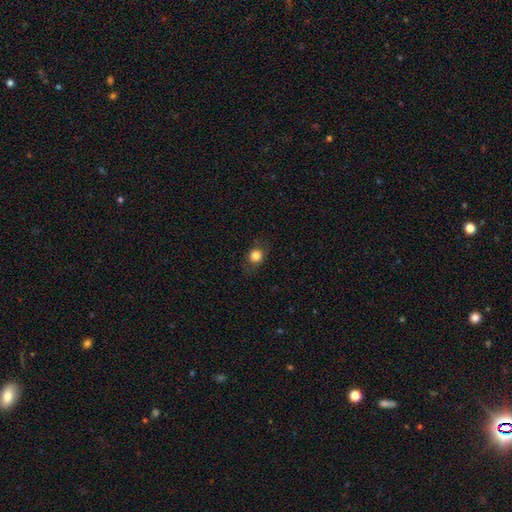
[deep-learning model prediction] Morphology: type=smooth (82%); roundness=round (76%); merging=none (80%).